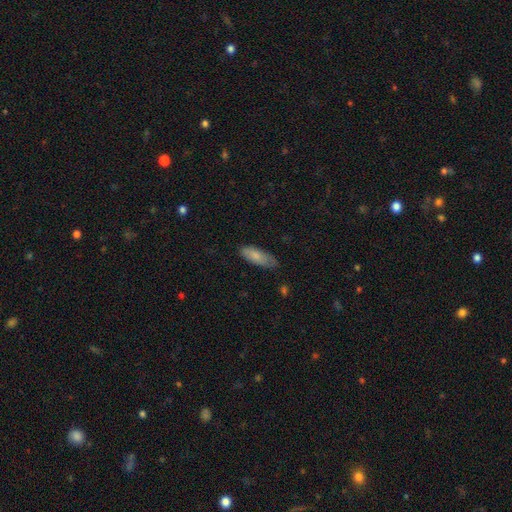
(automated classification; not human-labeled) Smooth or featured? Predicted: smooth (p=0.80). How rounded? Predicted: in between (p=0.66). Merging? Predicted: none (p=0.72).